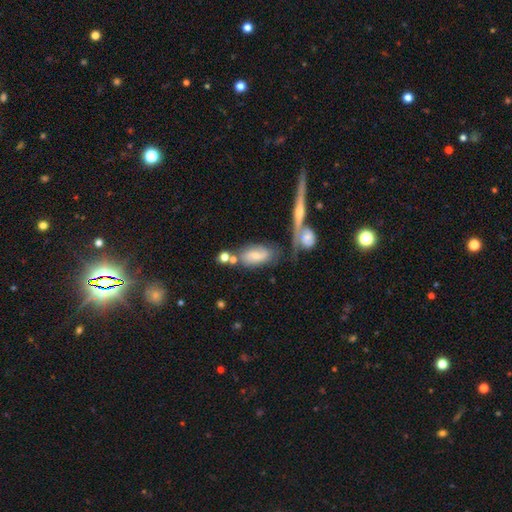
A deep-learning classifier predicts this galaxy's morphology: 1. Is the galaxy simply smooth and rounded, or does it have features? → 47% featured or disk, 43% smooth, 10% star or artifact.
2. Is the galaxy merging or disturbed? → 52% none, 22% merger, 18% minor disturbance, 8% major disturbance.